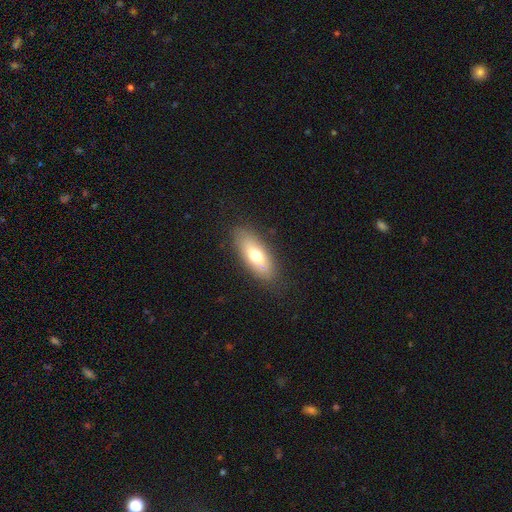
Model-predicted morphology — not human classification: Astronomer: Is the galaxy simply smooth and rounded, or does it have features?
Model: smooth — 68%.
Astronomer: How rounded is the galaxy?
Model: in between — 72%.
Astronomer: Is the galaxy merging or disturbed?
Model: none — 84%.